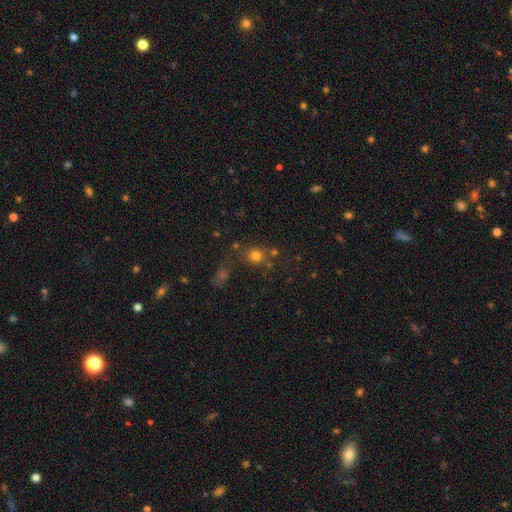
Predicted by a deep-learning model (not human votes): smooth_or_featured: smooth (p=0.74) [alt: star or artifact p=0.18]
how_rounded: round (p=0.83) [alt: in between p=0.16]
merging: none (p=0.68) [alt: merger p=0.15]